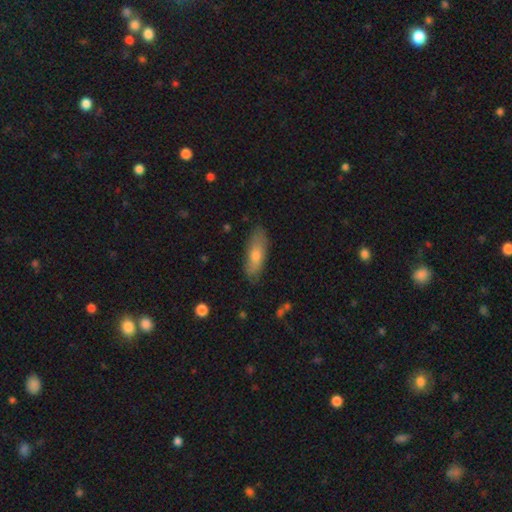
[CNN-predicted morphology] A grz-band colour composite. It shows a smooth galaxy with no disk features (67%) that is in between round and cigar-shaped (57%). Merging: none (81%).